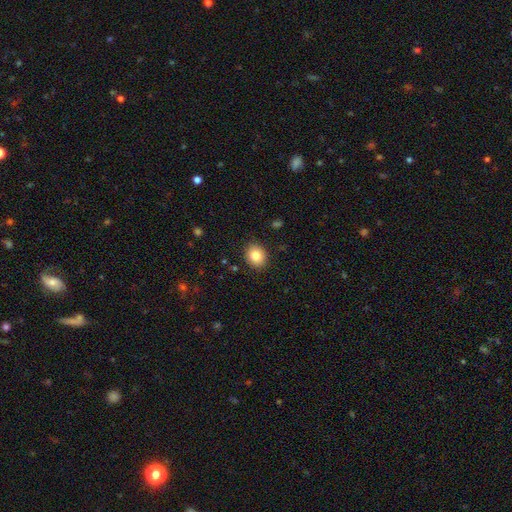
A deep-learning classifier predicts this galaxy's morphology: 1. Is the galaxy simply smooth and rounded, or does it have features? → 82% smooth, 10% star or artifact, 8% featured or disk.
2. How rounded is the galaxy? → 70% round, 29% in between, 1% cigar-shaped.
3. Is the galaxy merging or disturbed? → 89% none, 8% minor disturbance, 2% major disturbance, 1% merger.